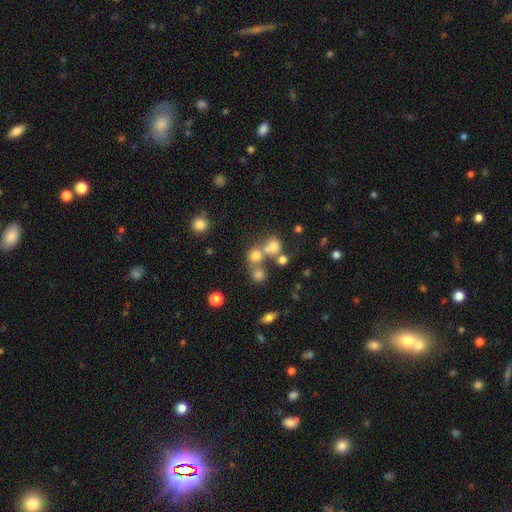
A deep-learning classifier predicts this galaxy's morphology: Smooth or featured? Predicted: smooth (p=0.70). How rounded? Predicted: round (p=0.79). Merging? Predicted: none (p=0.43, tied with merger).